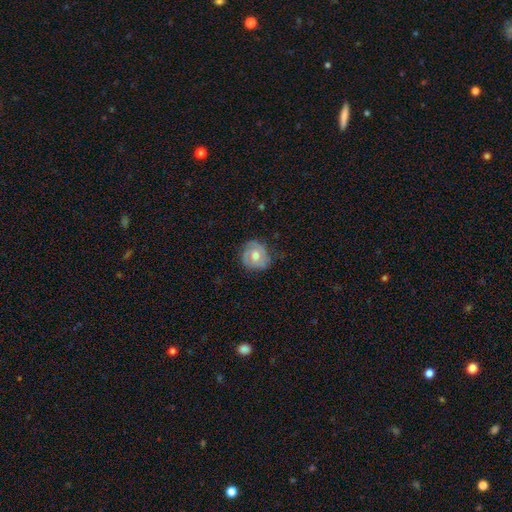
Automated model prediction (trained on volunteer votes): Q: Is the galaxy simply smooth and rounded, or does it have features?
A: featured or disk — 47%.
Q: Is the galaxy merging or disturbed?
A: none — 65%.